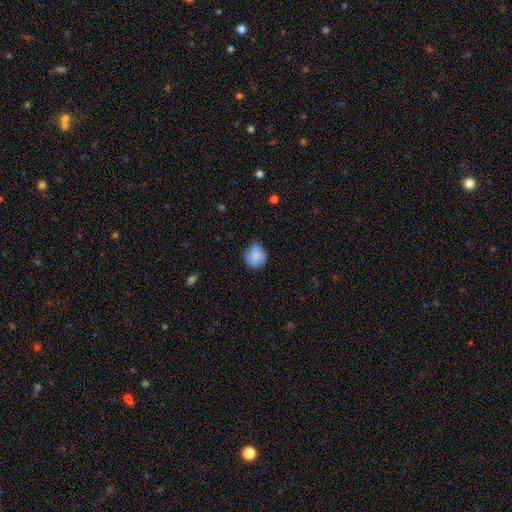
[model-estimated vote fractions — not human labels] Overall: smooth (77%). How rounded: round (79%). Merging: none (75%).